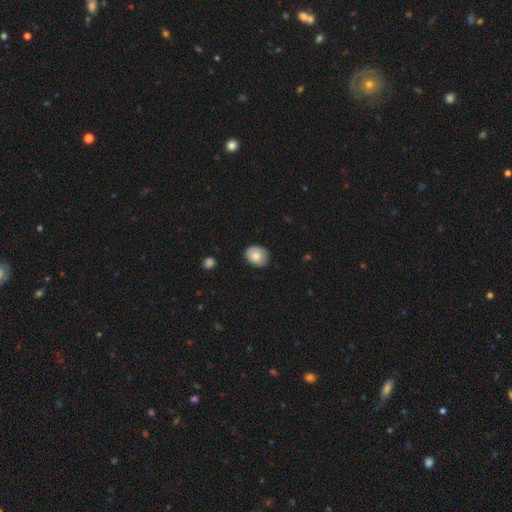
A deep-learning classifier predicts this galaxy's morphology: The model was most divided on "how rounded": in between: 50%, round: 49%, cigar-shaped: 1%. More confident: smooth or featured — smooth (77%); merging — none (76%).